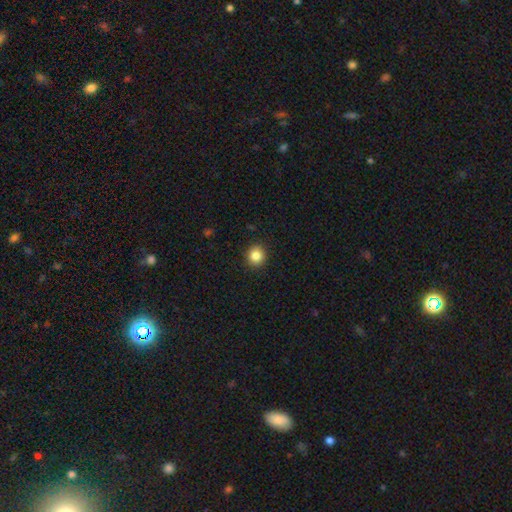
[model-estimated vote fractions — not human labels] The model was most divided on "smooth or featured": smooth: 85%, star or artifact: 10%, featured or disk: 5%. More confident: merging — none (92%); how rounded — round (89%).